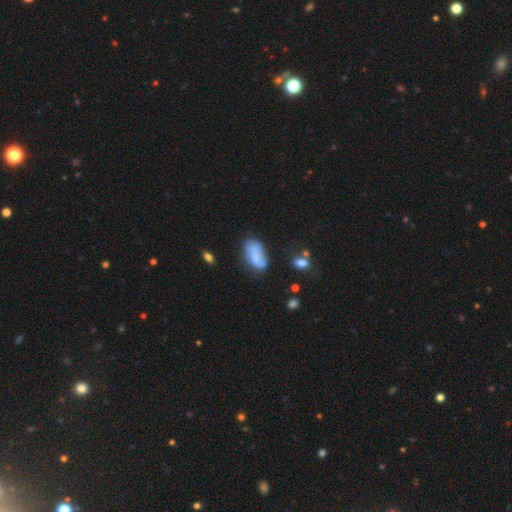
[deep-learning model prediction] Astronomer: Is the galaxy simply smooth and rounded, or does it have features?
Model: smooth — 67%.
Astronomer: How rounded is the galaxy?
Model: in between — 92%.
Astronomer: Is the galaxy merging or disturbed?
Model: none — 45% (runner-up: minor disturbance, 30%).